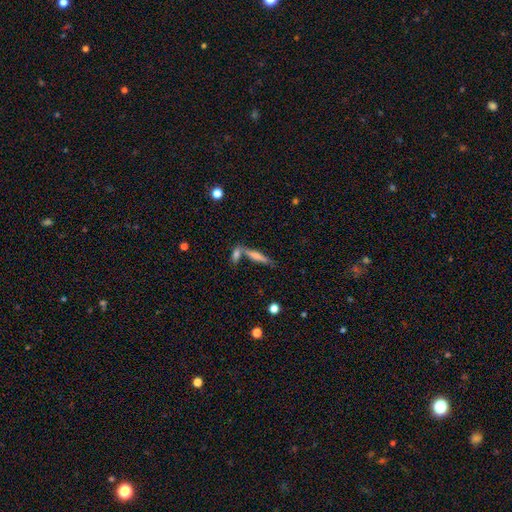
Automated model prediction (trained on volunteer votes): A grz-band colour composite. It shows a featured or disk galaxy (49%). Merging: none (61%).